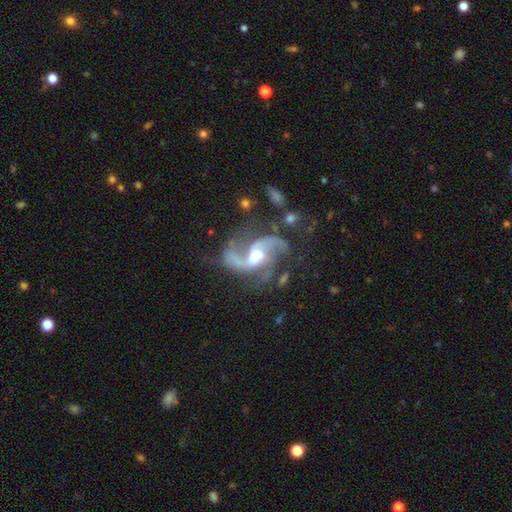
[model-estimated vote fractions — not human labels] featured or disk 90%, star or artifact 6%, smooth 4%. Down the decision tree: edge-on disk — no (98%); bar — weak (44%); spiral arms — yes (97%); spiral arm count — 2 (72%); spiral winding — loose (54%); bulge size — moderate (64%); merging — none (47%).